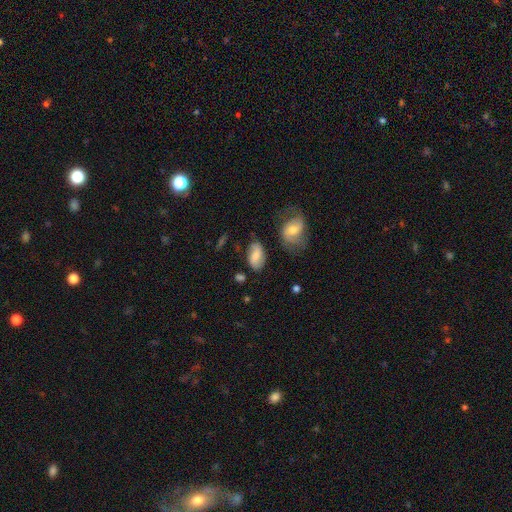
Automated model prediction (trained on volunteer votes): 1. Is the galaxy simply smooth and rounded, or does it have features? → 62% smooth, 30% featured or disk, 9% star or artifact.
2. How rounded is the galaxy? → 92% in between, 6% round, 2% cigar-shaped.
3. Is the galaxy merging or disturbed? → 67% none, 21% minor disturbance, 7% major disturbance, 5% merger.